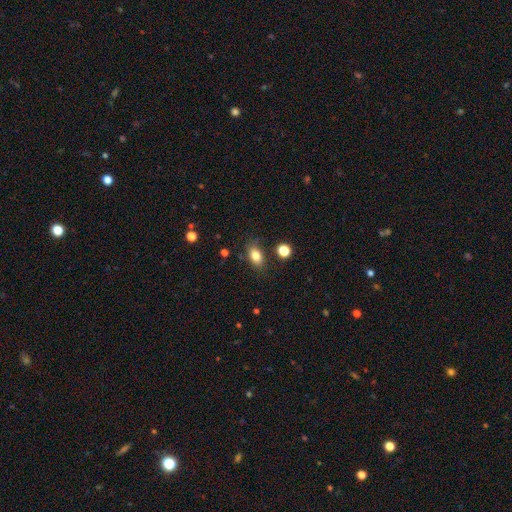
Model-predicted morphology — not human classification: Overall: smooth (82%). How rounded: in between (82%). Merging: none (79%).